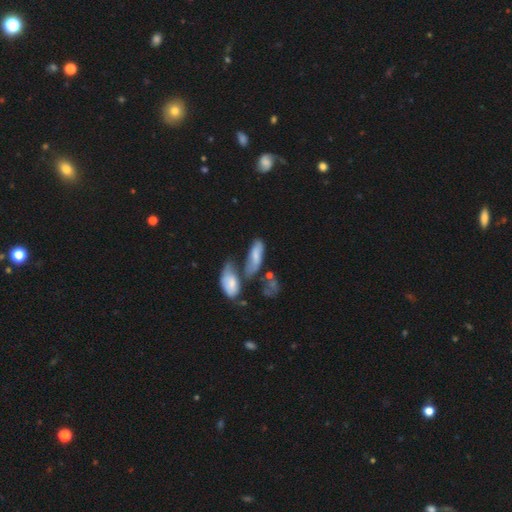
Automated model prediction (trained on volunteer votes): smooth 67%, featured or disk 25%, star or artifact 8%. Down the decision tree: how rounded — in between (71%); merging — merger (35%).